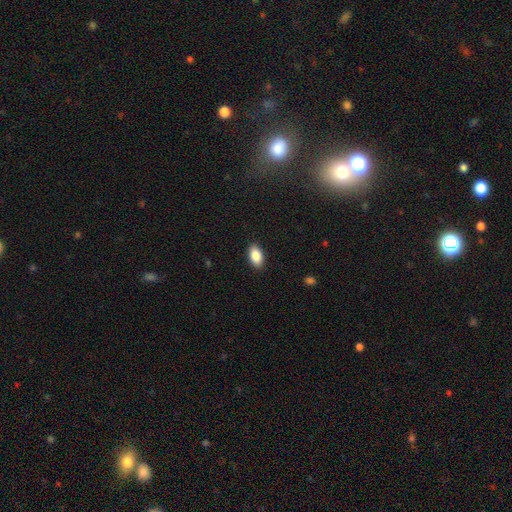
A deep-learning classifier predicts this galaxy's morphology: This is clearly a smooth galaxy (87%). How rounded: clearly in between (93%). Merging: clearly none (89%).